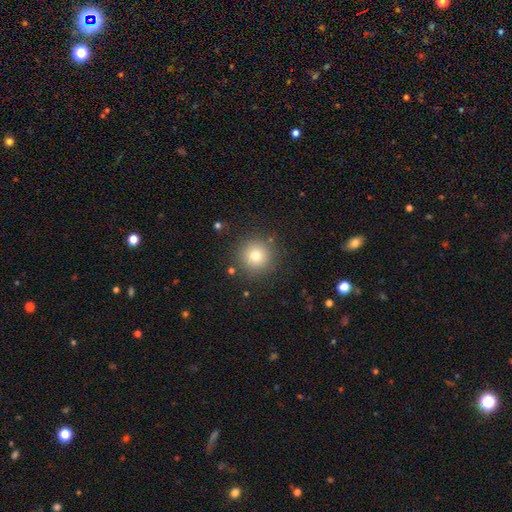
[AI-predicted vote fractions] The model was most divided on "smooth or featured": smooth: 76%, star or artifact: 14%, featured or disk: 10%. More confident: how rounded — round (96%); merging — none (88%).